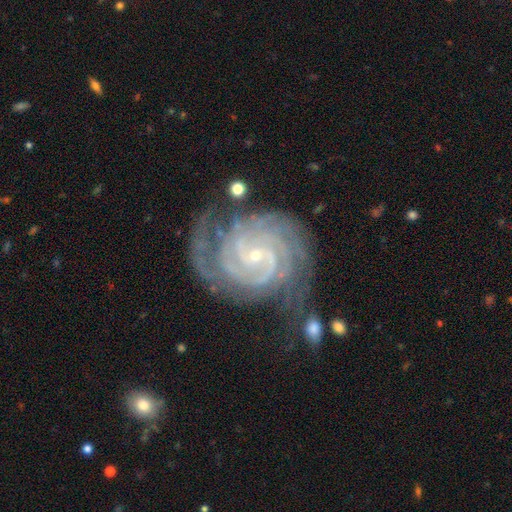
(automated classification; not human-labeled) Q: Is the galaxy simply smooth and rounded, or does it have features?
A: featured or disk — 92%.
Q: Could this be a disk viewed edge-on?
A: no — 98%.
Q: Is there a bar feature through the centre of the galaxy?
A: no — 57%.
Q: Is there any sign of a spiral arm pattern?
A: yes — 99%.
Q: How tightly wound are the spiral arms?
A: tight — 81%.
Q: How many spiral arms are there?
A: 4 — 24%.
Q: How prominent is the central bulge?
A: small — 86%.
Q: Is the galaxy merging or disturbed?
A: none — 59%.